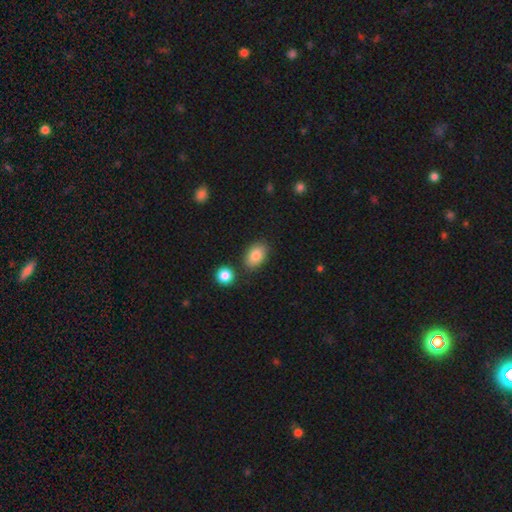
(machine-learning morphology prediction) type=smooth (84%); roundness=in between (88%); merging=none (81%).